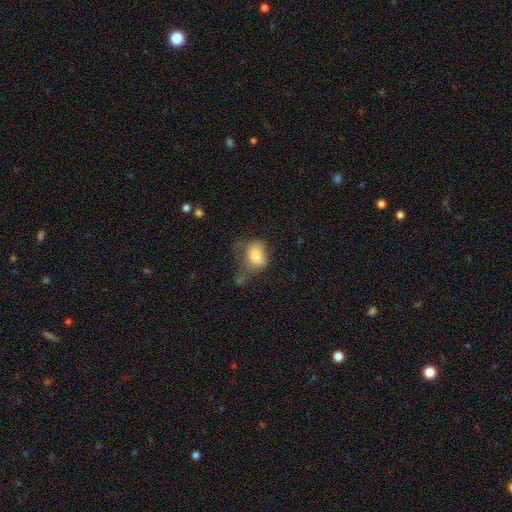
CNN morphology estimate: Smooth or featured? smooth (76%)
How rounded? in between (66%)
Merging? major disturbance (36%)